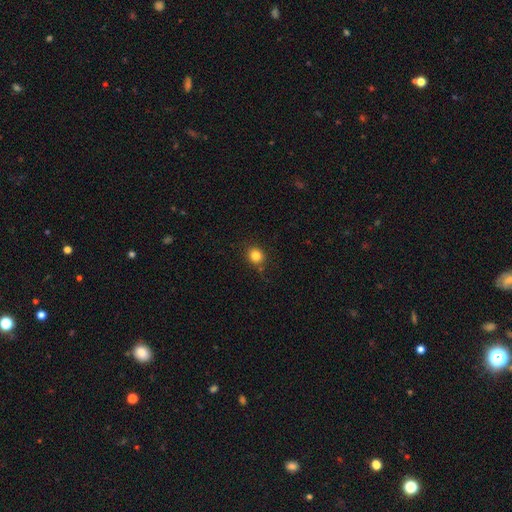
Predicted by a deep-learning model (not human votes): Smooth or featured? smooth (83%)
How rounded? round (81%)
Merging? none (83%)